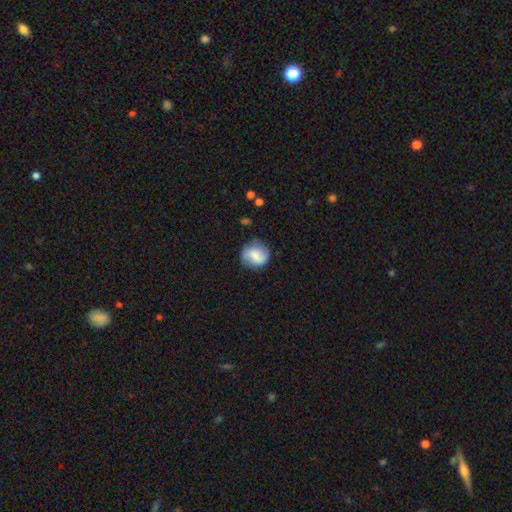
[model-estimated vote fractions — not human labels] Smooth or featured? Predicted: smooth (p=0.58). How rounded? Predicted: round (p=0.81). Merging? Predicted: none (p=0.74).